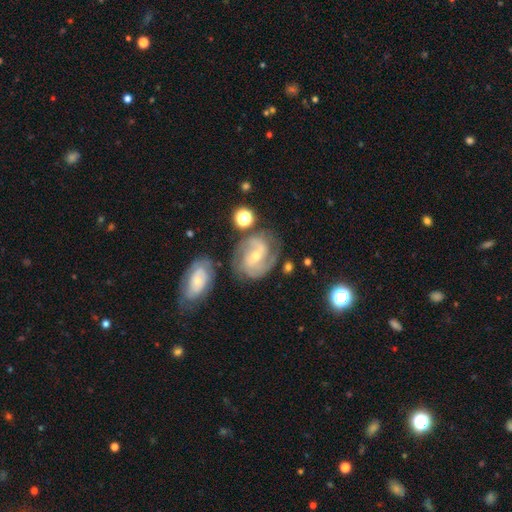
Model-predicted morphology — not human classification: Q: Smooth or featured?
A: featured or disk (85%); runner-up: smooth (9%)
Q: Edge-on disk?
A: no (97%); runner-up: yes (3%)
Q: Bar?
A: weak (44%); runner-up: no (33%)
Q: Spiral arms?
A: yes (96%); runner-up: no (4%)
Q: Spiral winding?
A: medium (49%); runner-up: tight (38%)
Q: Spiral arm count?
A: 2 (67%); runner-up: 3 (14%)
Q: Bulge size?
A: small (54%); runner-up: moderate (42%)
Q: Merging?
A: none (67%); runner-up: minor disturbance (17%)